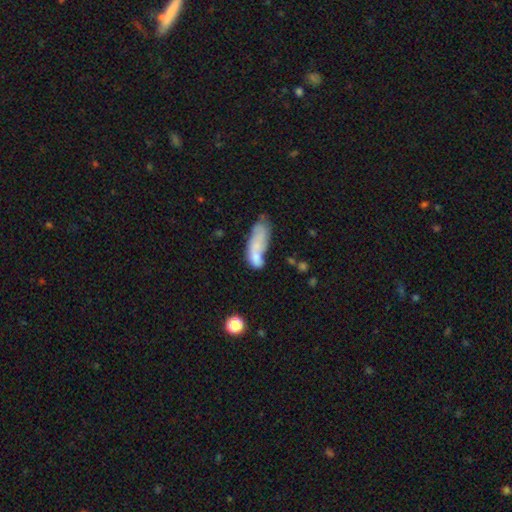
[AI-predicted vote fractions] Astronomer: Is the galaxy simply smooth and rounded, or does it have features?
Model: smooth — 65%.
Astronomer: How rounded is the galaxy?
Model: in between — 53% (runner-up: cigar-shaped, 44%).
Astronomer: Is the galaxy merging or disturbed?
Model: none — 44% (runner-up: minor disturbance, 25%).